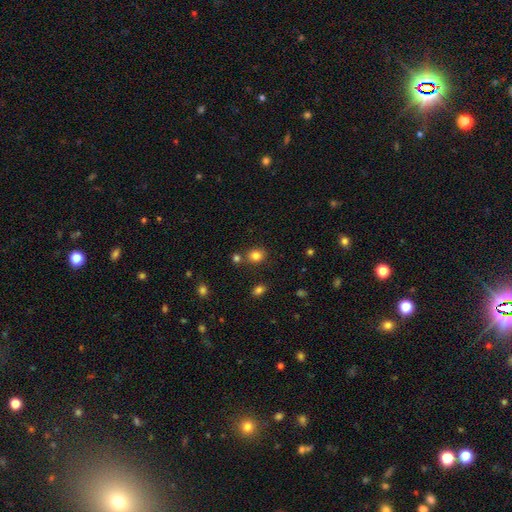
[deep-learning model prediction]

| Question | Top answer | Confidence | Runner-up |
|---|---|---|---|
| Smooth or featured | smooth | 82% | star or artifact (12%) |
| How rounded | round | 65% | in between (34%) |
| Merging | none | 74% | merger (11%) |